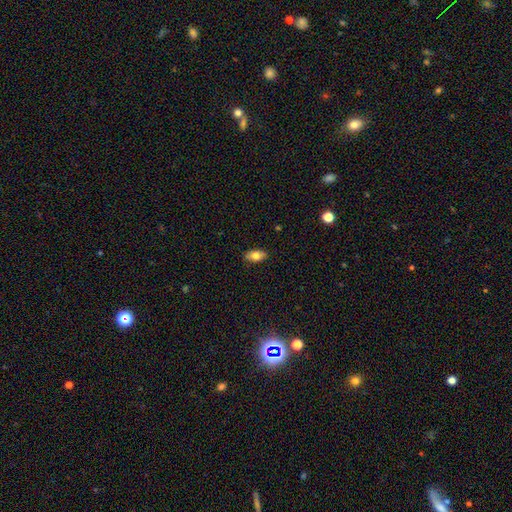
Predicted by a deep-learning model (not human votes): Smooth or featured? smooth (76%)
How rounded? in between (90%)
Merging? none (87%)